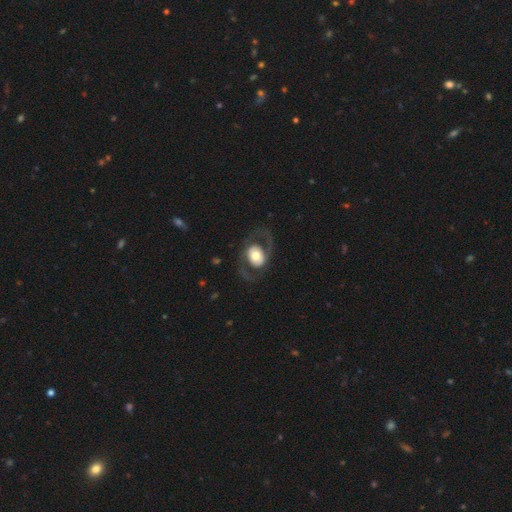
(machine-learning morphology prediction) A featured or disk galaxy (64%) with no bar (66%), spiral arms (62%) and a moderate central bulge (52%).

Vote fractions:
- Smooth or featured? featured or disk: 64% / smooth: 31% / star or artifact: 6%
- Edge-on disk? no: 94% / yes: 6%
- Bar? no: 66% / weak: 22% / strong: 12%
- Spiral arms? yes: 62% / no: 38%
- Bulge size? moderate: 52% / large: 33% / small: 7% / dominant: 7% / none: 1%
- Merging? none: 70% / major disturbance: 17% / minor disturbance: 12% / merger: 1%